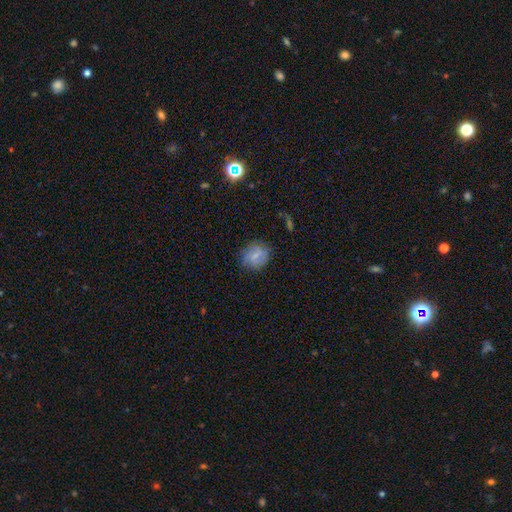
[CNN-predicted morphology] smooth-or-featured: smooth: 68% | featured or disk: 22% | star or artifact: 10%
  how-rounded: round: 64% | in between: 34% | cigar-shaped: 2%
  merging: none: 79% | minor disturbance: 15% | major disturbance: 5% | merger: 1%